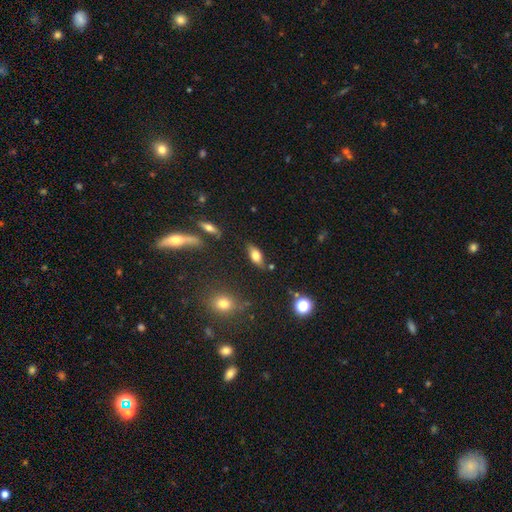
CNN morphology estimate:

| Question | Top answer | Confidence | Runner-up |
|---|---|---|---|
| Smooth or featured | smooth | 69% | featured or disk (22%) |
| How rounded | in between | 82% | cigar-shaped (13%) |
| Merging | none | 76% | minor disturbance (16%) |